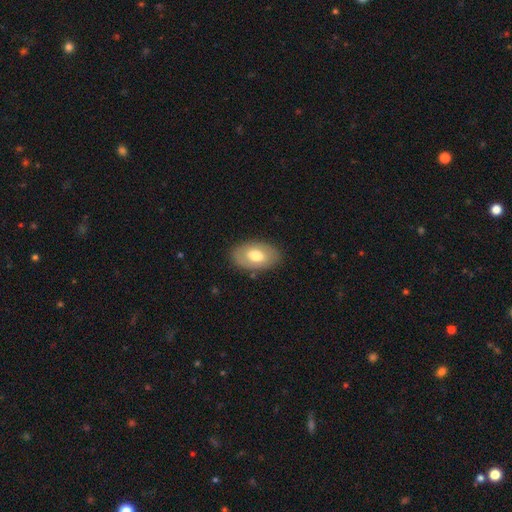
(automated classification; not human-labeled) Overall: smooth (62%; featured or disk 31%). How rounded: in between (90%). Merging: none (84%).